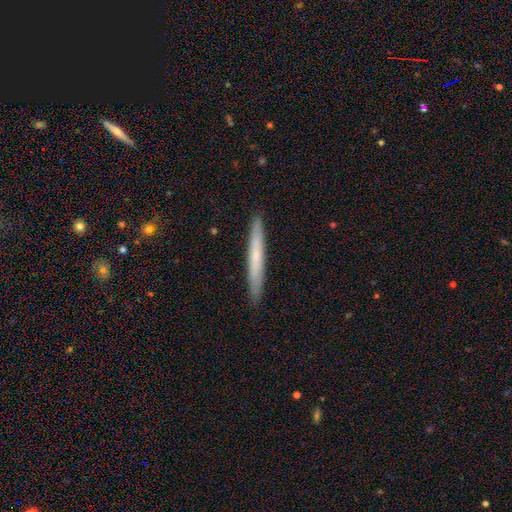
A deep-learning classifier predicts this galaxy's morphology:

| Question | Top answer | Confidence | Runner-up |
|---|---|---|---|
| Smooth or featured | smooth | 57% | featured or disk (37%) |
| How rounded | cigar-shaped | 97% | in between (2%) |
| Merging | none | 91% | minor disturbance (7%) |